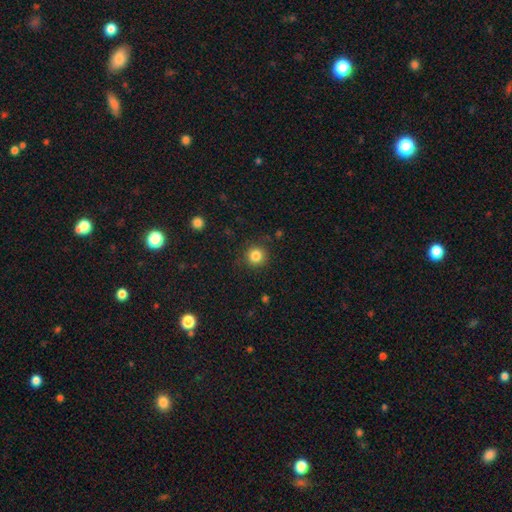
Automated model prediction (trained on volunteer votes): This is clearly a smooth galaxy (84%). How rounded: clearly round (93%). Merging: clearly none (88%).